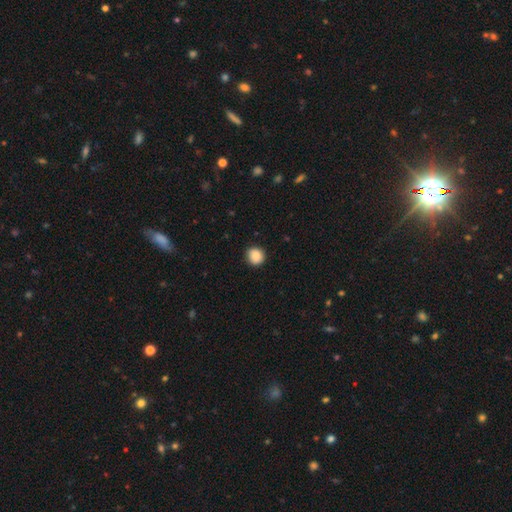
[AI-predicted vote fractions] The model was most divided on "smooth or featured": smooth: 87%, star or artifact: 8%, featured or disk: 4%. More confident: how rounded — round (91%); merging — none (89%).